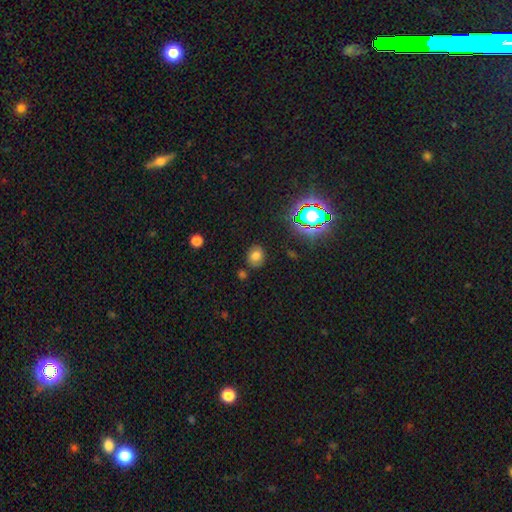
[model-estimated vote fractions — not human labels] smooth-or-featured: smooth: 73% | star or artifact: 18% | featured or disk: 9%
  how-rounded: round: 55% | in between: 44% | cigar-shaped: 1%
  merging: none: 80% | minor disturbance: 12% | merger: 5% | major disturbance: 3%